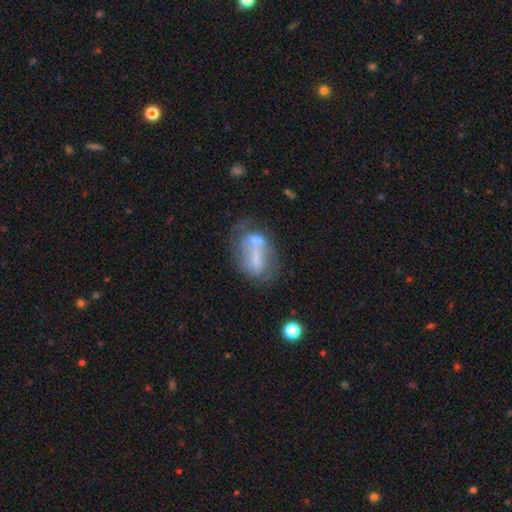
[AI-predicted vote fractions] A featured or disk galaxy (48%).

Vote fractions:
- Smooth or featured? featured or disk: 48% / smooth: 41% / star or artifact: 10%
- Merging? merger: 33% / none: 29% / minor disturbance: 19% / major disturbance: 19%